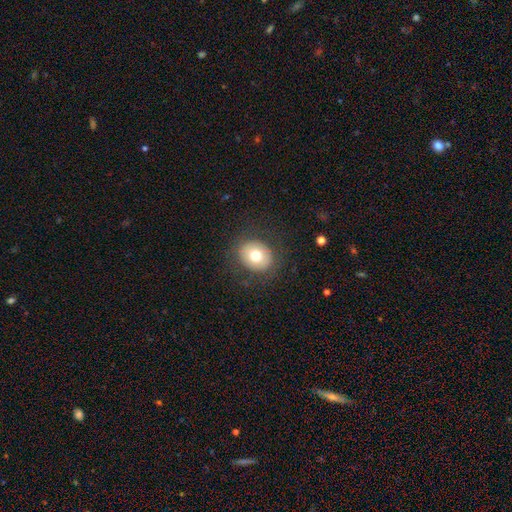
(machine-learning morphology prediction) Smooth or featured? smooth (73%)
How rounded? round (68%)
Merging? none (84%)